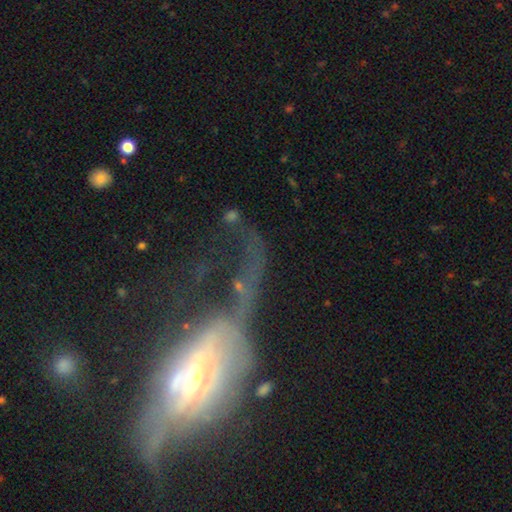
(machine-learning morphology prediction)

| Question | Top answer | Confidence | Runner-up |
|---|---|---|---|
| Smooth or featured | featured or disk | 65% | smooth (20%) |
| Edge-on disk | no | 75% | yes (25%) |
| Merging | major disturbance | 53% | none (25%) |